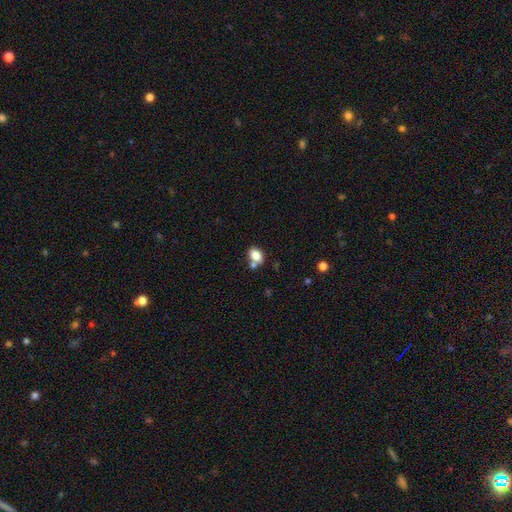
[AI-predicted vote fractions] smooth 81%, featured or disk 9%, star or artifact 9%. Down the decision tree: how rounded — in between (76%); merging — none (56%).